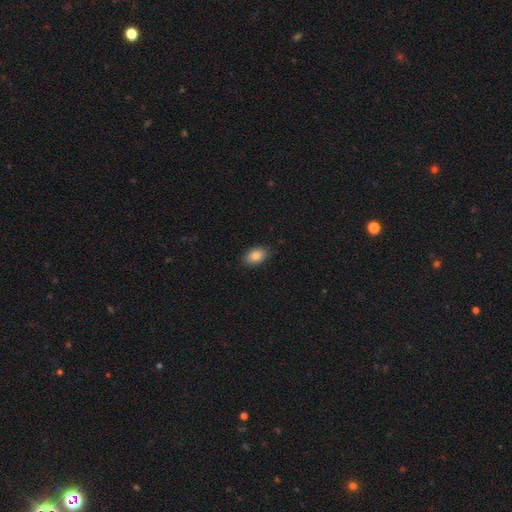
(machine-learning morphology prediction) smooth-or-featured: smooth: 85% | star or artifact: 8% | featured or disk: 7%
  how-rounded: in between: 88% | round: 11% | cigar-shaped: 1%
  merging: none: 88% | minor disturbance: 9% | major disturbance: 2% | merger: 1%